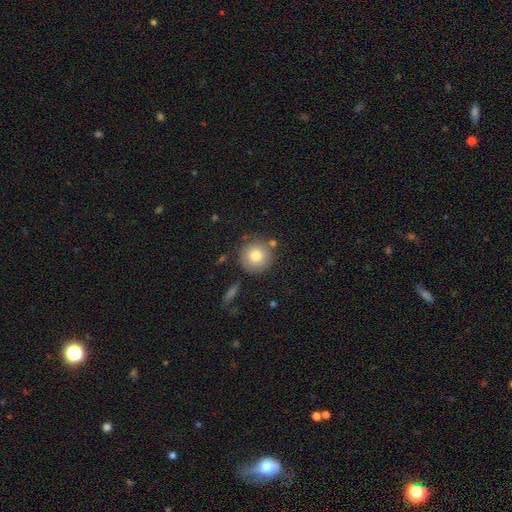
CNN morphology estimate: smooth_or_featured: smooth (p=0.79) [alt: featured or disk p=0.12]
how_rounded: round (p=0.94) [alt: in between p=0.05]
merging: none (p=0.81) [alt: minor disturbance p=0.10]